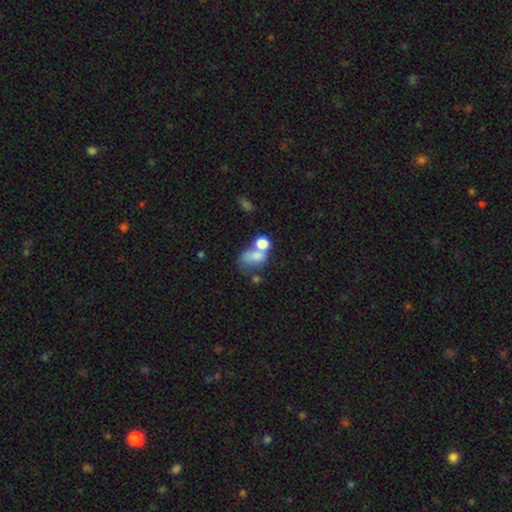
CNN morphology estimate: Overall: smooth (66%). How rounded: in between (69%; round 29%). Merging: merger (51%; none 20%).